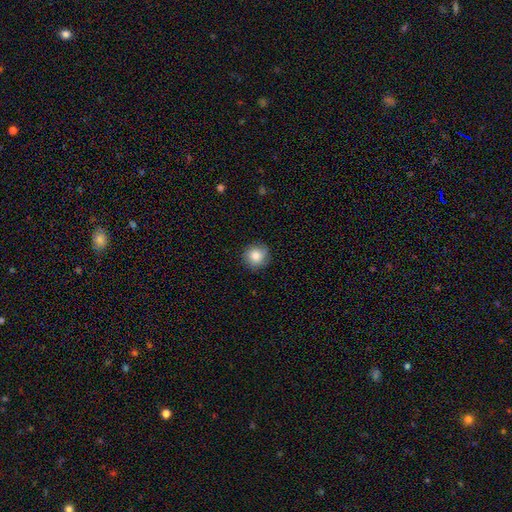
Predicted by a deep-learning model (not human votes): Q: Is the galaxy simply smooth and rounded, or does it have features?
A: smooth — 83%.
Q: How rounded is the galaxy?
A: round — 92%.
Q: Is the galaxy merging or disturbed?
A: none — 85%.